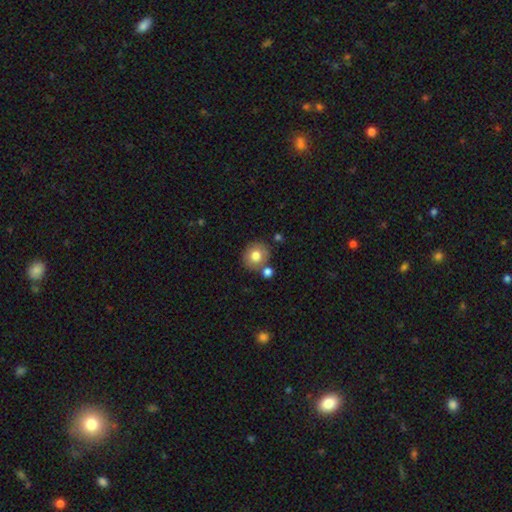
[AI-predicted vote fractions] Smooth or featured: smooth — 78% (featured or disk — 13%)
How rounded: round — 81% (in between — 18%)
Merging: none — 73% (merger — 14%)